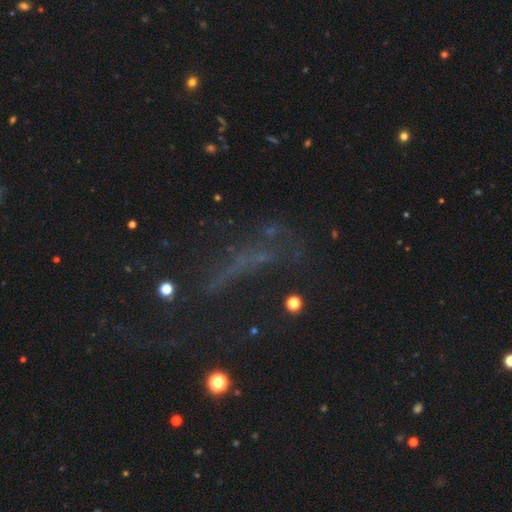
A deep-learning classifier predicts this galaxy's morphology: Overall: star or artifact (45%; featured or disk 31%).